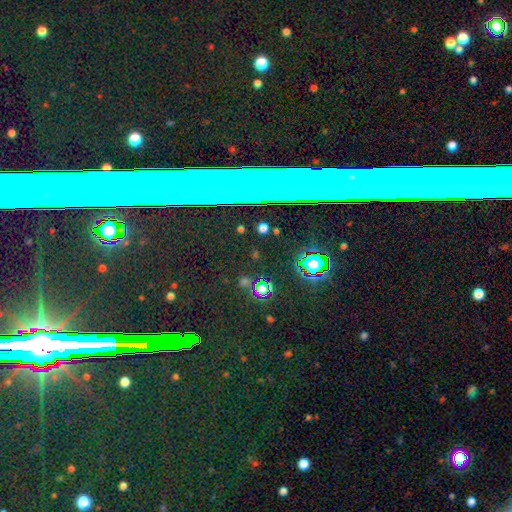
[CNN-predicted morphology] This is likely a star or artifact rather than a galaxy (70%).